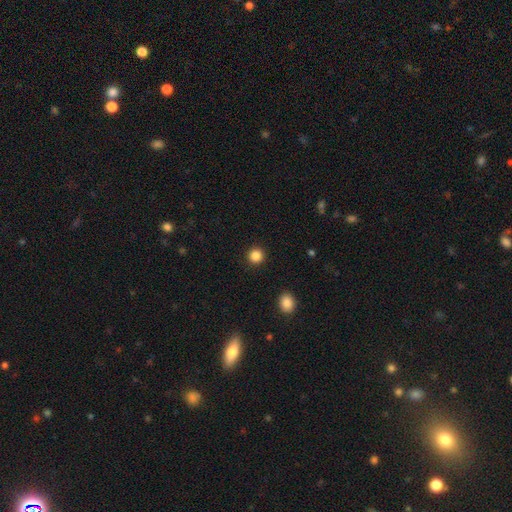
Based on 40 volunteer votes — Smooth or featured? 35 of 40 (88%) said smooth. How rounded? 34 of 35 (97%) said round. Merging? 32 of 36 (89%) said none.